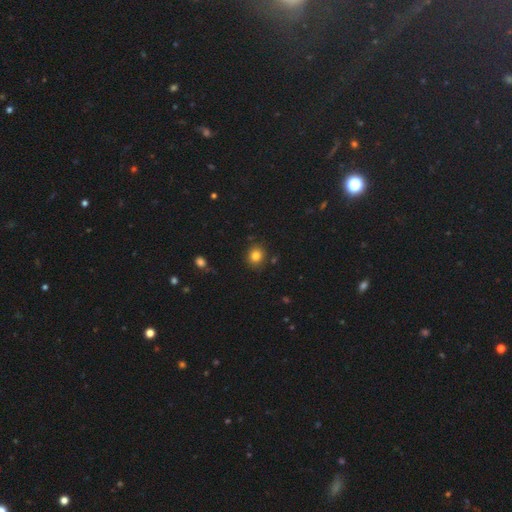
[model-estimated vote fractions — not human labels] Overall: smooth (82%). How rounded: round (79%). Merging: none (86%).